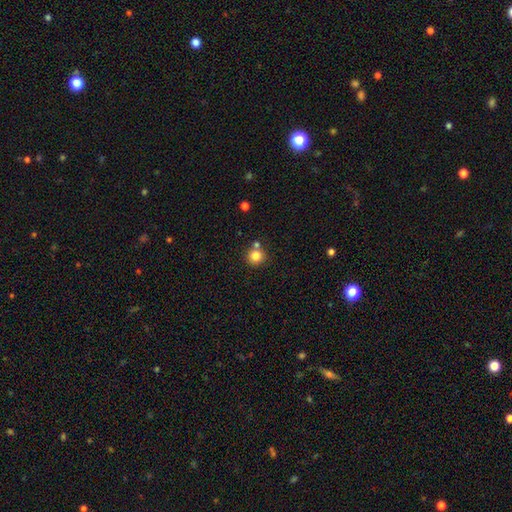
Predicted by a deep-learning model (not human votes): This appears to be a smooth galaxy with no disk features (82%) that is round (92%). Merging: none (71%).